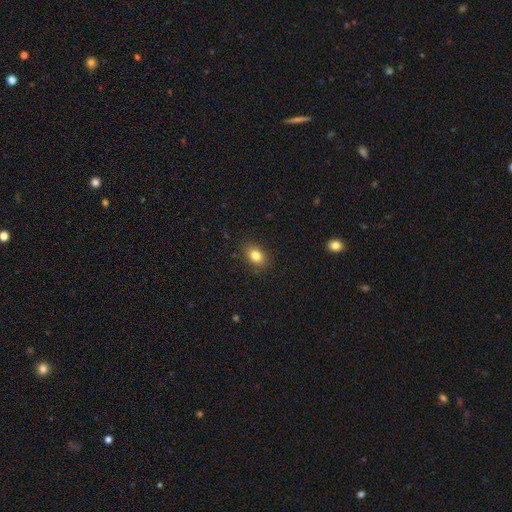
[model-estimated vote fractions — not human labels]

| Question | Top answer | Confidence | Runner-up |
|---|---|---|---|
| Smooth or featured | smooth | 82% | star or artifact (10%) |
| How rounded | in between | 69% | round (30%) |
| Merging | none | 86% | minor disturbance (10%) |